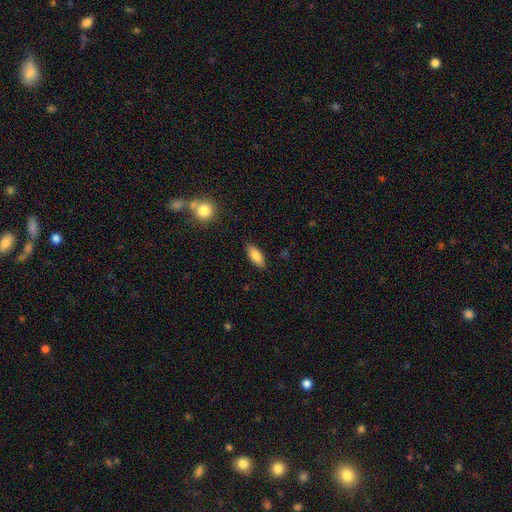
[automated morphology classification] smooth-or-featured: smooth: 80% | featured or disk: 13% | star or artifact: 7%
  how-rounded: in between: 76% | cigar-shaped: 21% | round: 3%
  merging: none: 86% | minor disturbance: 10% | major disturbance: 2% | merger: 1%